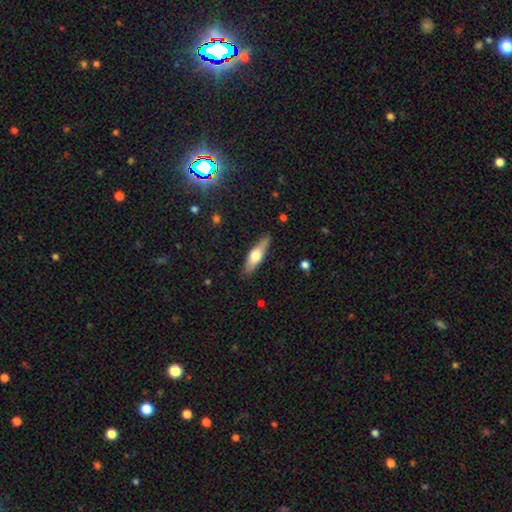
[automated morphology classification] Smooth or featured?
  - smooth: 49% *
  - featured or disk: 45%
  - star or artifact: 6%
Merging?
  - none: 86% *
  - minor disturbance: 11%
  - major disturbance: 2%
  - merger: 1%